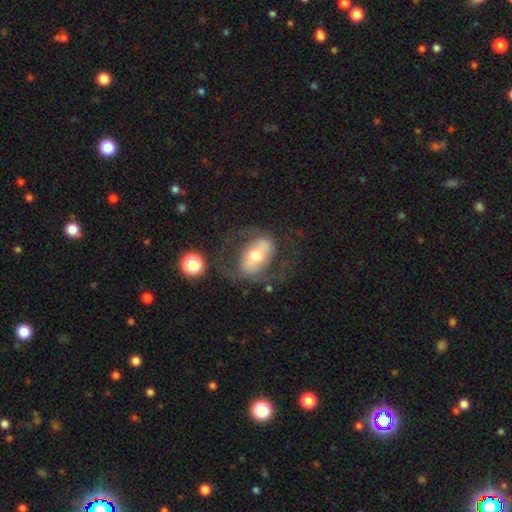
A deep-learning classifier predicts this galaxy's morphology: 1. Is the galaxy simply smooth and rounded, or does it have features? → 68% featured or disk, 25% smooth, 7% star or artifact.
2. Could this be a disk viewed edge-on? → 93% no, 7% yes.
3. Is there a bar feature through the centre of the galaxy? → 44% strong, 30% weak, 26% no.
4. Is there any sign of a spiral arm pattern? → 68% yes, 32% no.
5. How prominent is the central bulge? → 65% moderate, 19% small, 12% large, 2% dominant, 1% none.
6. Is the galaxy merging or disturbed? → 58% none, 22% major disturbance, 17% minor disturbance, 3% merger.